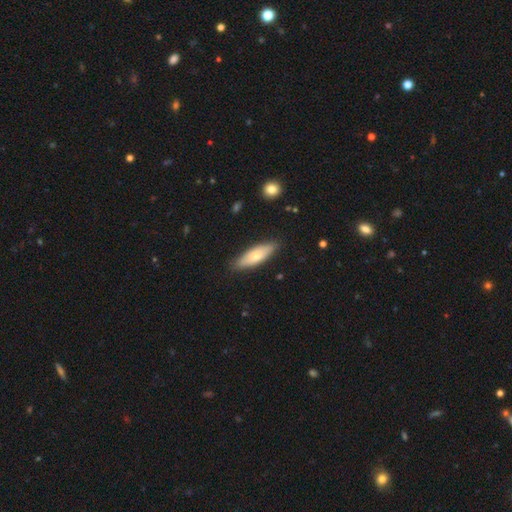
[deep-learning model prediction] A smooth galaxy with no disk features (63%) that is in between round and cigar-shaped (58%). Merging: none (85%).